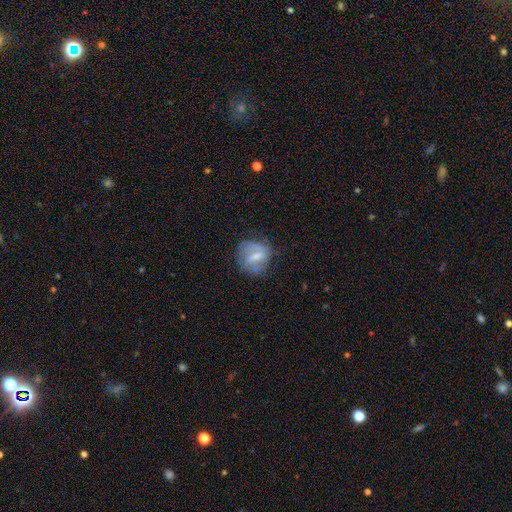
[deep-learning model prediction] A featured or disk galaxy (54%) with a weak bar (52%), spiral arms (63%) and a small central bulge (41%).

Vote fractions:
- Smooth or featured? featured or disk: 54% / smooth: 39% / star or artifact: 8%
- Edge-on disk? no: 96% / yes: 4%
- Bar? weak: 52% / strong: 28% / no: 20%
- Spiral arms? yes: 63% / no: 37%
- Bulge size? small: 41% / moderate: 40% / none: 15% / large: 3% / dominant: 1%
- Merging? none: 60% / minor disturbance: 25% / major disturbance: 13% / merger: 2%